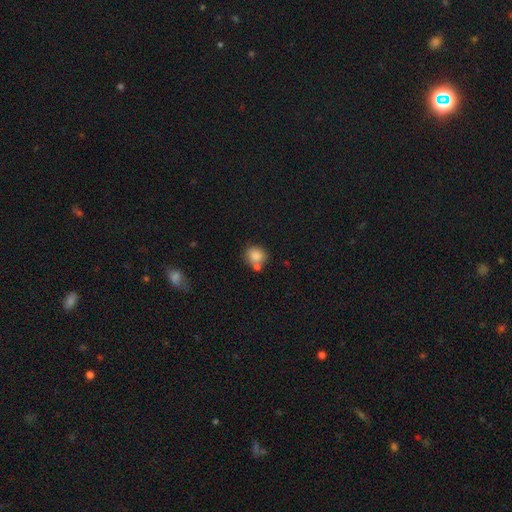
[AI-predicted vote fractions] smooth 84%, star or artifact 9%, featured or disk 7%. Down the decision tree: how rounded — round (74%); merging — none (54%).